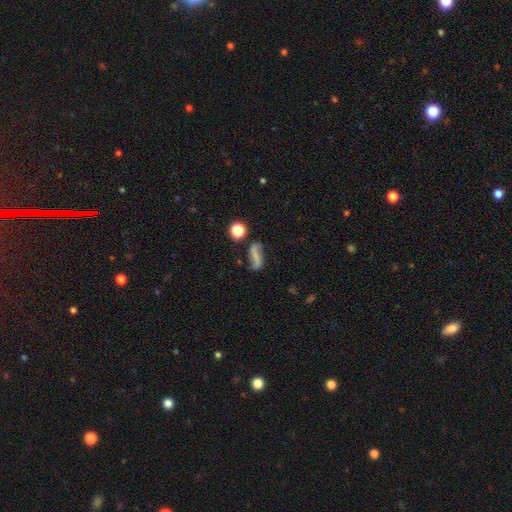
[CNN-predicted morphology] type=featured or disk (53%); edge-on=no (94%); merging=none (64%).